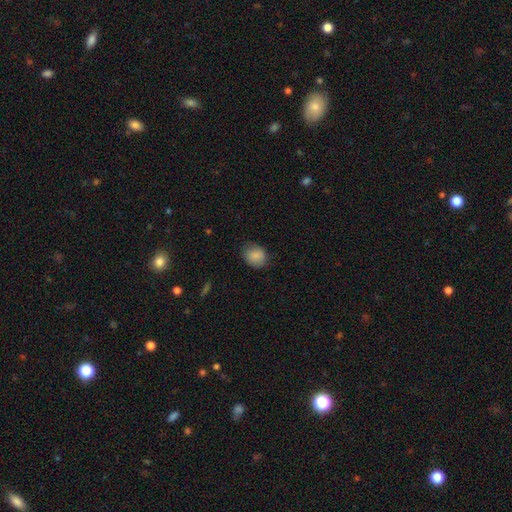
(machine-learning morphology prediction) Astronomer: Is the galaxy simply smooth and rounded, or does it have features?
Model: smooth — 87%.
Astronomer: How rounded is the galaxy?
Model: round — 50% (runner-up: in between, 49%).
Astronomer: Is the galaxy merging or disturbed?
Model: none — 75%.